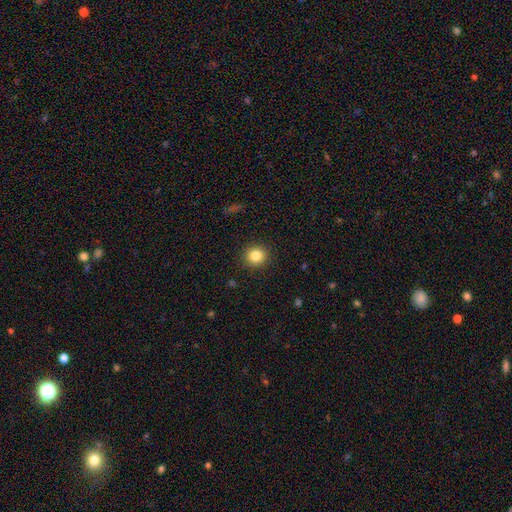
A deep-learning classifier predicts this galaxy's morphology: A smooth galaxy with no disk features (84%) that is round (90%).

Vote fractions:
- Smooth or featured? smooth: 84% / star or artifact: 11% / featured or disk: 6%
- How rounded? round: 90% / in between: 9% / cigar-shaped: 1%
- Merging? none: 91% / minor disturbance: 6% / major disturbance: 2% / merger: 1%